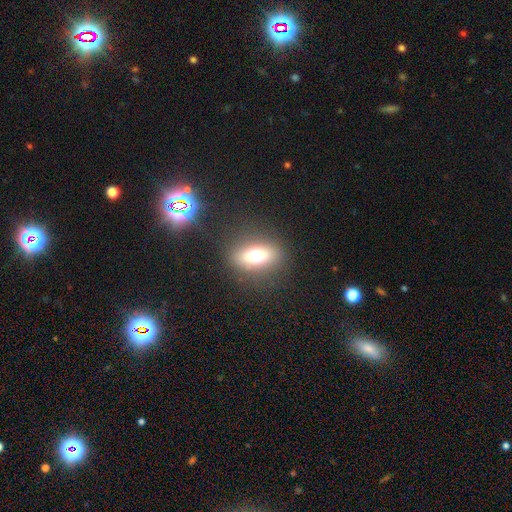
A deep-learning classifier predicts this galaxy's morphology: A smooth galaxy with no disk features (67%) that is in between round and cigar-shaped (71%).

Vote fractions:
- Smooth or featured? smooth: 67% / featured or disk: 20% / star or artifact: 13%
- How rounded? in between: 71% / round: 20% / cigar-shaped: 9%
- Merging? none: 84% / minor disturbance: 9% / major disturbance: 5% / merger: 2%